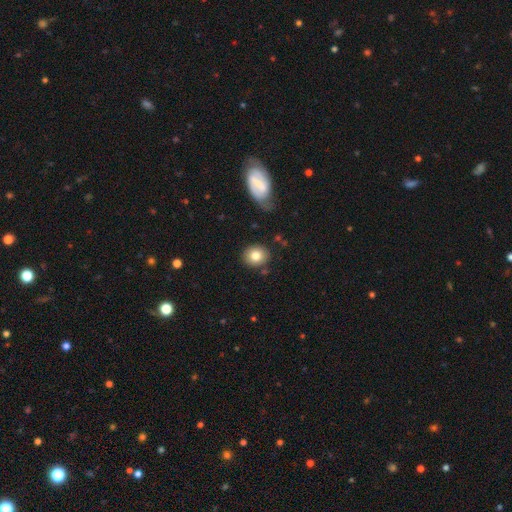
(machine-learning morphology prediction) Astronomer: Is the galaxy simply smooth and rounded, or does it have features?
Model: smooth — 80%.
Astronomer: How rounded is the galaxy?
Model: round — 77%.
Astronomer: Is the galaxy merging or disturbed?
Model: none — 83%.